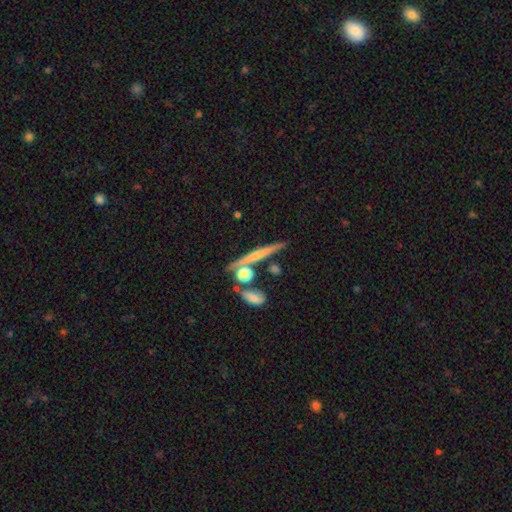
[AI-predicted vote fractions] Morphology: type=featured or disk (52%); edge-on=yes (92%); merging=none (72%).